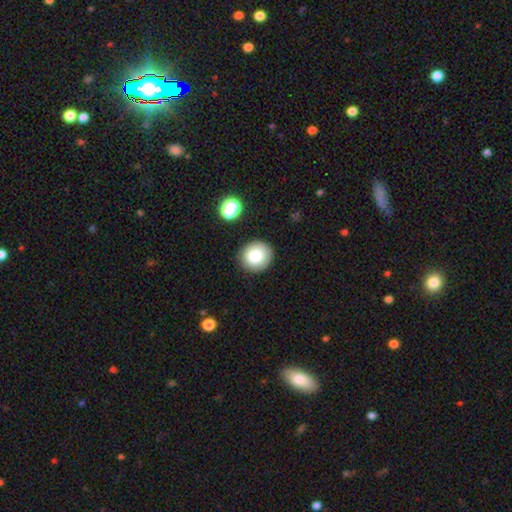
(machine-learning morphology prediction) This is clearly a smooth galaxy (82%). How rounded: clearly round (88%). Merging: clearly none (88%).